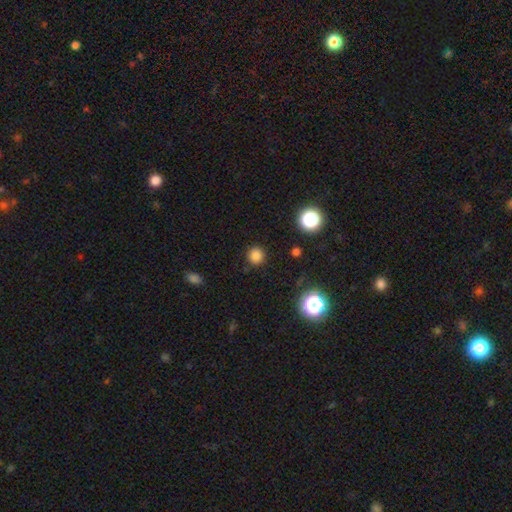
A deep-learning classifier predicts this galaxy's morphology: Smooth or featured? smooth (80%)
How rounded? round (93%)
Merging? none (89%)